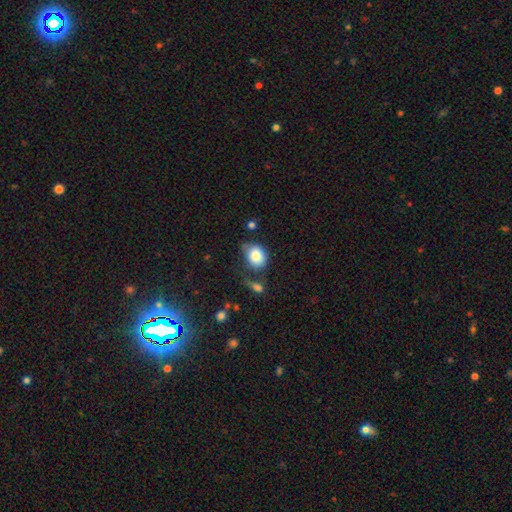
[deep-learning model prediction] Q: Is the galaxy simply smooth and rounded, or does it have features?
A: smooth — 81%.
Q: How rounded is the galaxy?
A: in between — 55%.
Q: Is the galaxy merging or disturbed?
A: none — 45%.